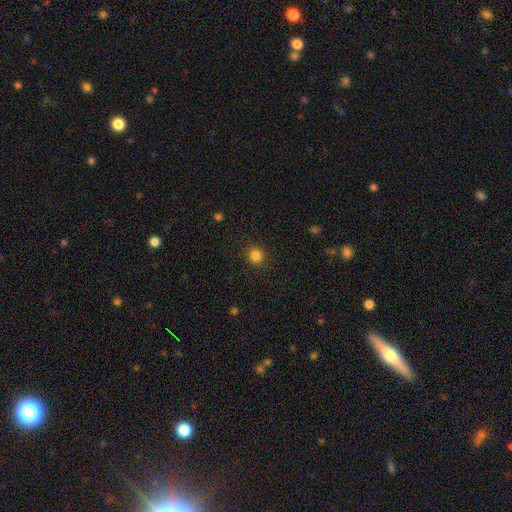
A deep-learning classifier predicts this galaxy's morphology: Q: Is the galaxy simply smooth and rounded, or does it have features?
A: smooth — 84%.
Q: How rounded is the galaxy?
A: round — 91%.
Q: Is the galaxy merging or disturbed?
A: none — 91%.